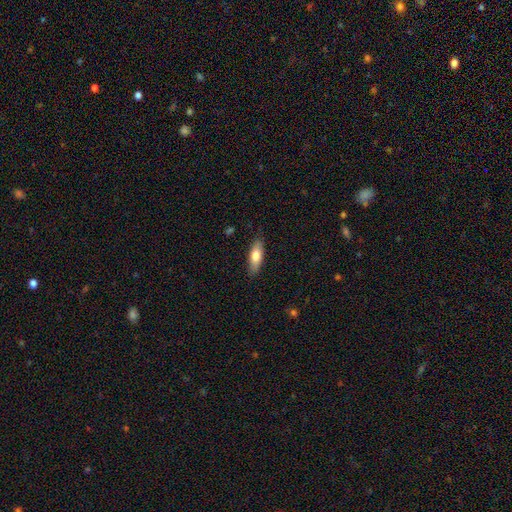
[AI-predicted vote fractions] Q: Smooth or featured?
A: smooth (75%); runner-up: featured or disk (19%)
Q: How rounded?
A: in between (61%); runner-up: cigar-shaped (37%)
Q: Merging?
A: none (85%); runner-up: minor disturbance (11%)